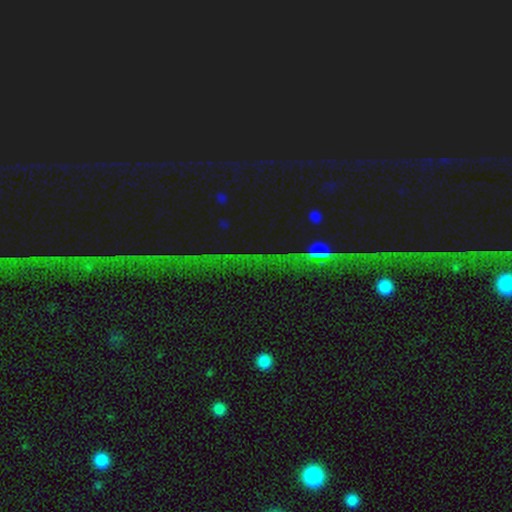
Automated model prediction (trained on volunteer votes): Morphology: type=star or artifact (84%).